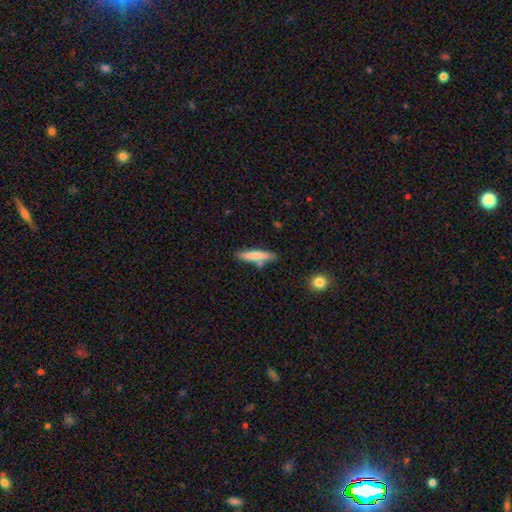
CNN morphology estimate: The model was most divided on "smooth or featured": smooth: 72%, featured or disk: 22%, star or artifact: 6%. More confident: how rounded — cigar-shaped (86%); merging — none (74%).